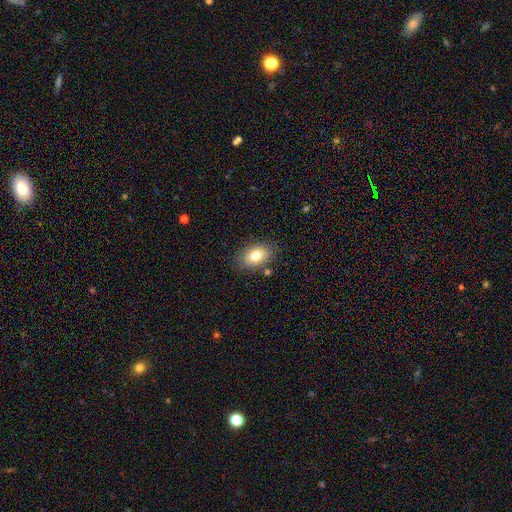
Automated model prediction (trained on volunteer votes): Overall: smooth (79%). How rounded: in between (85%). Merging: none (81%).